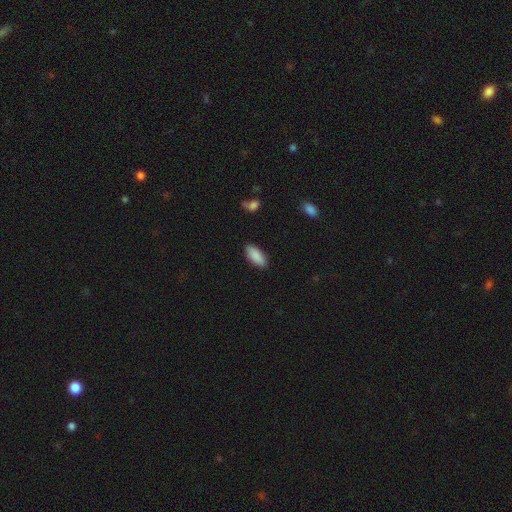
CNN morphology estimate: smooth-or-featured: smooth: 89% | star or artifact: 6% | featured or disk: 5%
  how-rounded: in between: 85% | cigar-shaped: 14% | round: 2%
  merging: none: 87% | minor disturbance: 9% | major disturbance: 2% | merger: 1%